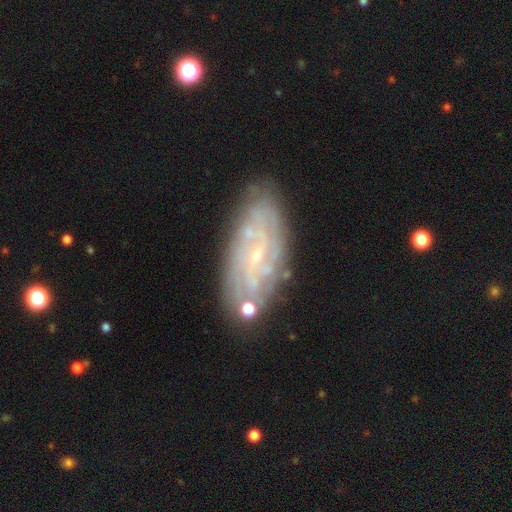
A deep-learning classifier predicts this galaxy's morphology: A featured or disk galaxy (79%) with no bar (52%), tight (59%) spiral arms (89%) and a small central bulge (80%).

Vote fractions:
- Smooth or featured? featured or disk: 79% / smooth: 13% / star or artifact: 7%
- Edge-on disk? no: 93% / yes: 7%
- Bar? no: 52% / weak: 38% / strong: 10%
- Spiral arms? yes: 89% / no: 11%
- Spiral winding? tight: 59% / medium: 30% / loose: 10%
- Spiral arm count? can't tell: 45% / 2: 20% / 3: 12% / 4: 11% / more than 4: 6% / 1: 5%
- Bulge size? small: 80% / moderate: 11% / none: 7% / large: 1% / dominant: 1%
- Merging? none: 78% / minor disturbance: 15% / major disturbance: 4% / merger: 3%